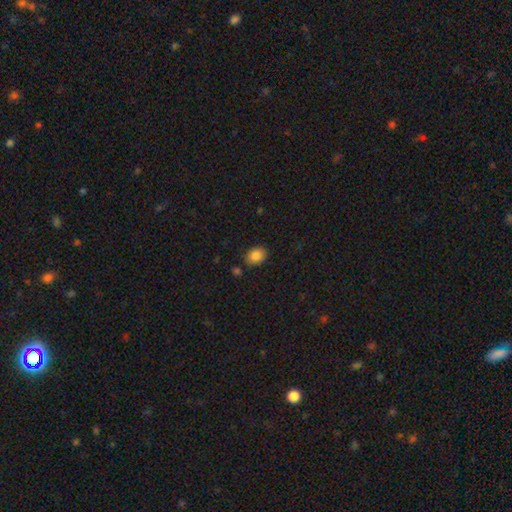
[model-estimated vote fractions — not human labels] smooth 84%, star or artifact 8%, featured or disk 7%. Down the decision tree: how rounded — in between (64%); merging — none (84%).